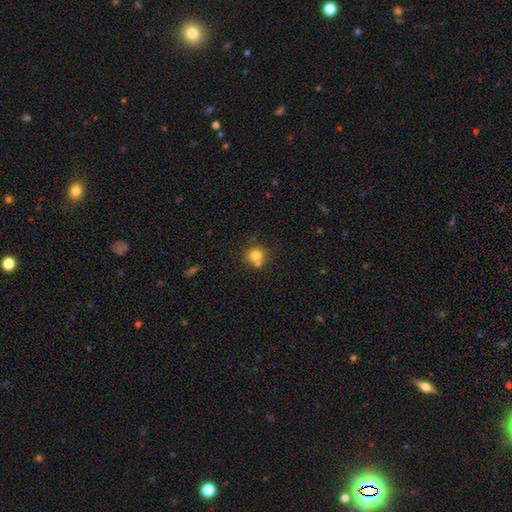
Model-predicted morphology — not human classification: Overall: smooth (78%). How rounded: round (87%). Merging: none (56%; merger 28%).